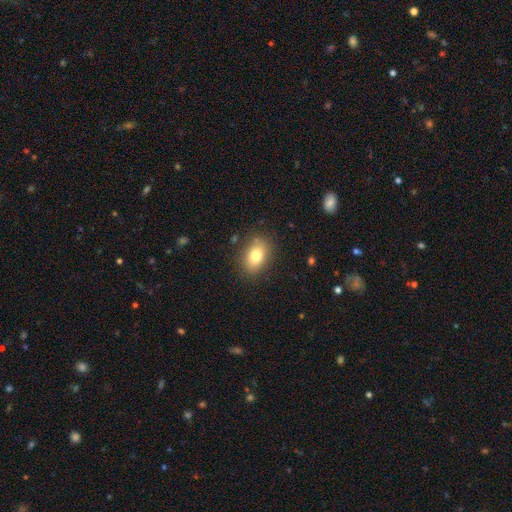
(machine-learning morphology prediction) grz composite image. It shows a smooth galaxy with no disk features (79%) that is in between round and cigar-shaped (81%). Merging: none (84%).